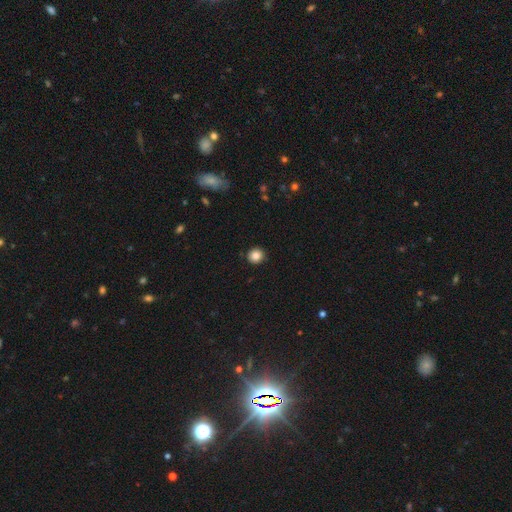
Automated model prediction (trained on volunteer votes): Smooth or featured?
  - smooth: 84% *
  - star or artifact: 10%
  - featured or disk: 5%
How rounded?
  - round: 93% *
  - in between: 6%
  - cigar-shaped: 1%
Merging?
  - none: 92% *
  - minor disturbance: 5%
  - major disturbance: 2%
  - merger: 1%